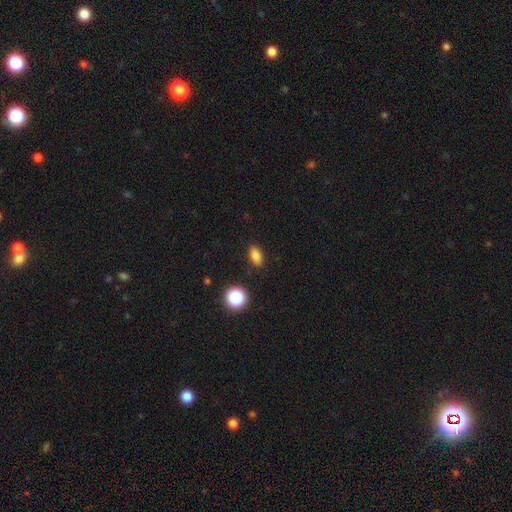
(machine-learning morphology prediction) Q: Smooth or featured?
A: smooth (80%); runner-up: star or artifact (12%)
Q: How rounded?
A: in between (83%); runner-up: round (12%)
Q: Merging?
A: none (88%); runner-up: minor disturbance (8%)